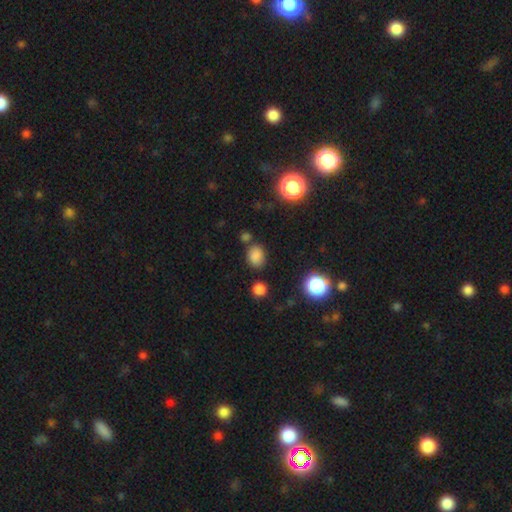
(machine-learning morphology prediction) Overall: smooth (80%). How rounded: in between (59%; round 40%). Merging: none (71%).